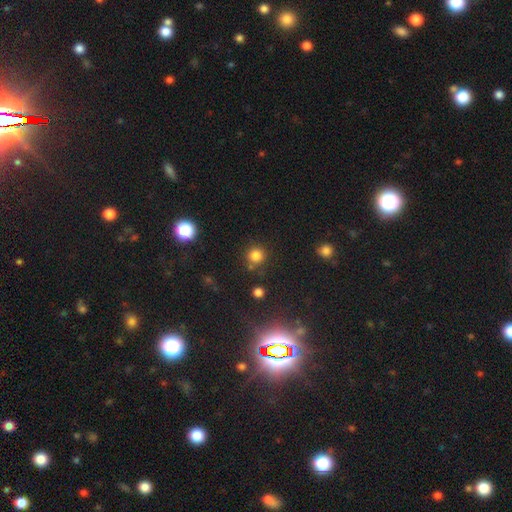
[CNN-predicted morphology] type=smooth (80%); roundness=round (92%); merging=none (78%).